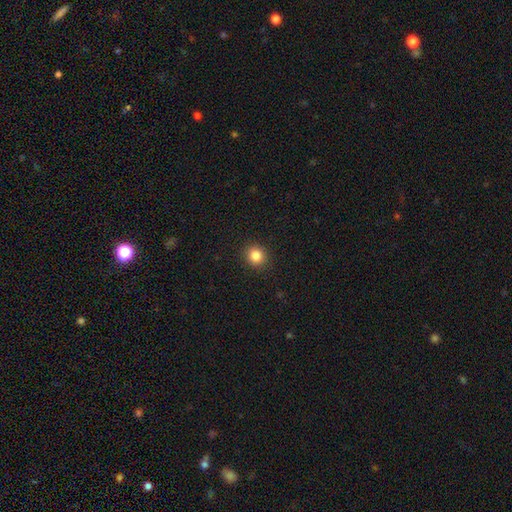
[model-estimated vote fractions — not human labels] Overall: smooth (85%). How rounded: round (88%). Merging: none (91%).